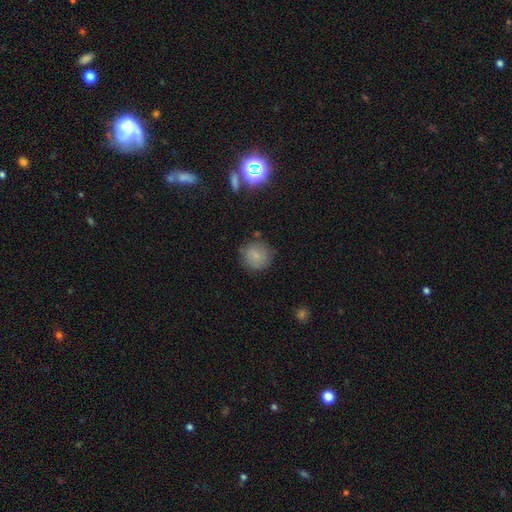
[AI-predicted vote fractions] Morphology: type=smooth (78%); roundness=round (91%); merging=none (79%).